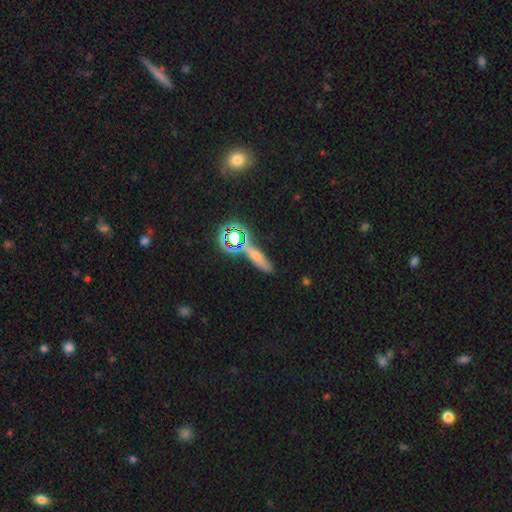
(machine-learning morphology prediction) Smooth or featured?
  - smooth: 44% *
  - star or artifact: 33%
  - featured or disk: 23%
Merging?
  - none: 72% *
  - minor disturbance: 13%
  - merger: 10%
  - major disturbance: 5%